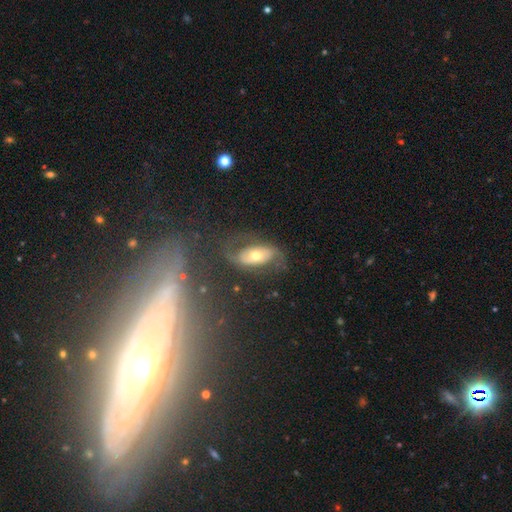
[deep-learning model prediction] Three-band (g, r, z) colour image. It shows a featured or disk galaxy (63%) with no bar (62%), spiral arms (74%) and a moderate central bulge (69%). Merging: none (62%).